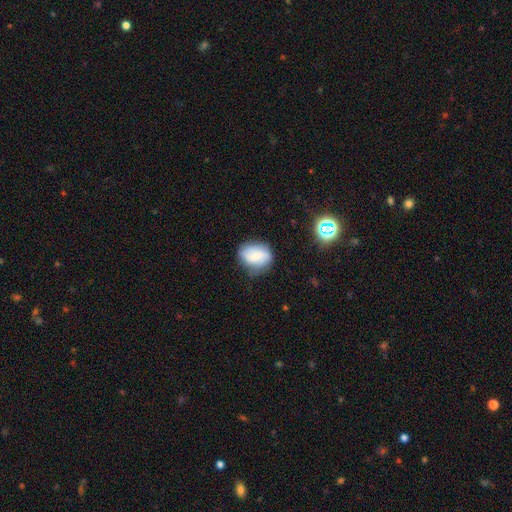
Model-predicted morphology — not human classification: Q: Smooth or featured?
A: smooth (60%); runner-up: featured or disk (30%)
Q: How rounded?
A: in between (56%); runner-up: round (43%)
Q: Merging?
A: none (59%); runner-up: minor disturbance (29%)